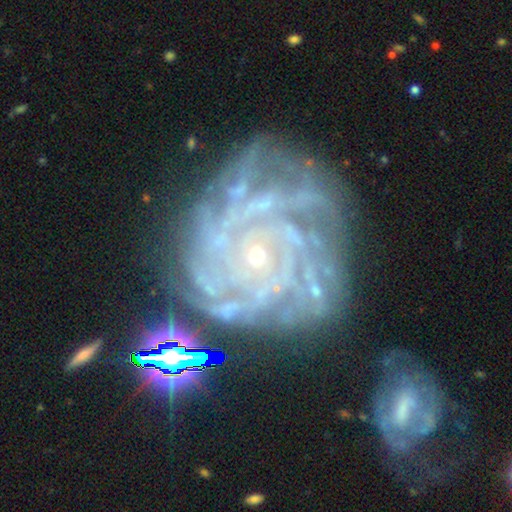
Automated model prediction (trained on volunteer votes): Overall: featured or disk (87%). Edge-on disk: no (98%). Bar: no (77%). Spiral arms: yes (96%). Spiral arm count: more than 4 (26%; can't tell 22%). Spiral winding: tight (77%). Bulge size: small (86%). Merging: none (61%).